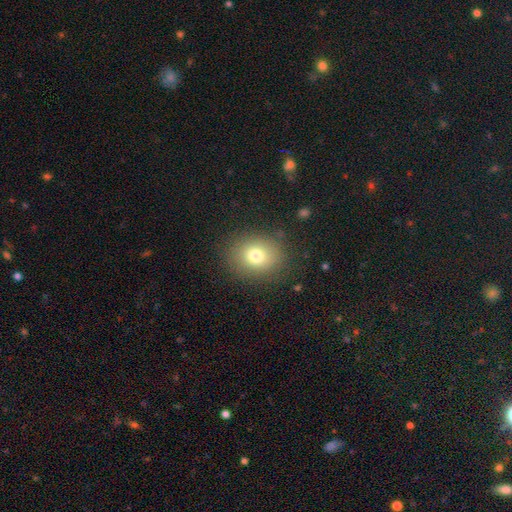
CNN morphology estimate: The model was most divided on "how rounded": round: 65%, in between: 34%, cigar-shaped: 1%. More confident: merging — none (85%); smooth or featured — smooth (77%).